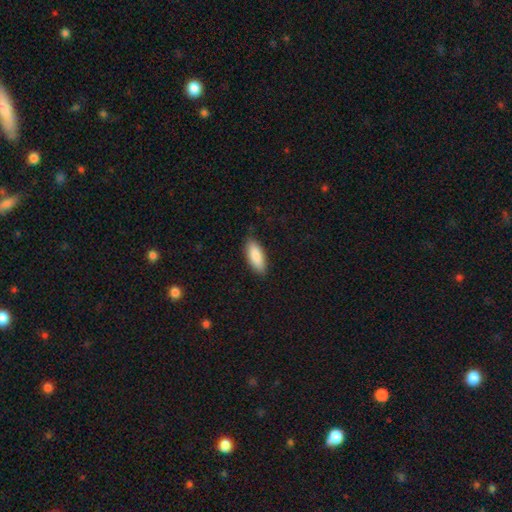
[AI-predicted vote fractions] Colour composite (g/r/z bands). It shows a smooth galaxy with no disk features (88%) that is in between round and cigar-shaped (78%). Merging: none (85%).